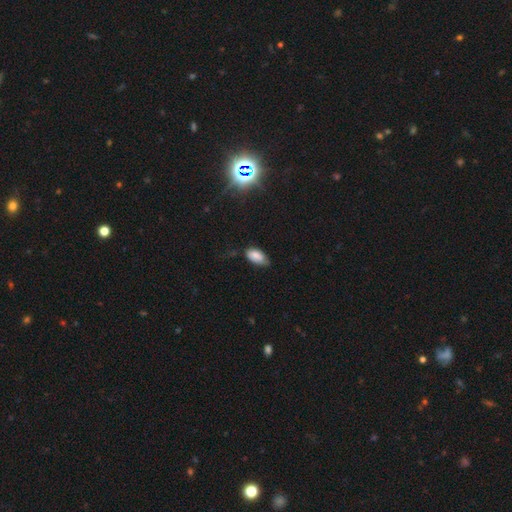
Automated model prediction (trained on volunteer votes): smooth-or-featured: smooth: 80% | featured or disk: 11% | star or artifact: 9%
  how-rounded: in between: 94% | cigar-shaped: 3% | round: 3%
  merging: none: 52% | minor disturbance: 38% | major disturbance: 8% | merger: 2%